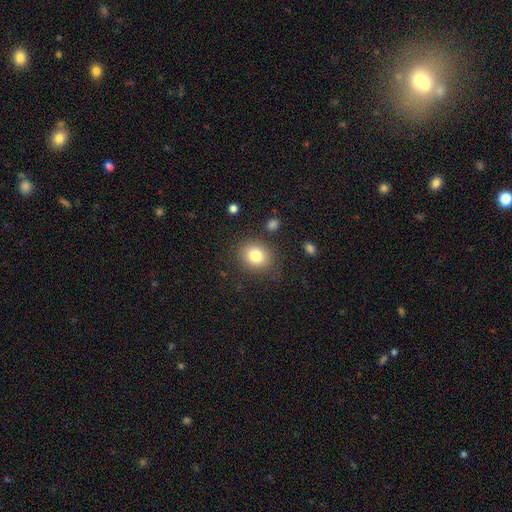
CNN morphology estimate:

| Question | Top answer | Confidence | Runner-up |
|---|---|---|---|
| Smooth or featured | smooth | 80% | star or artifact (11%) |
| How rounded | round | 69% | in between (30%) |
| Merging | none | 83% | minor disturbance (10%) |